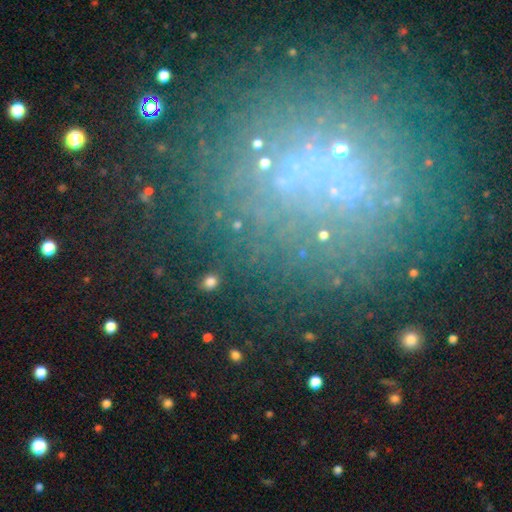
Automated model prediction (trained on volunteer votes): Smooth or featured? star or artifact (42%)